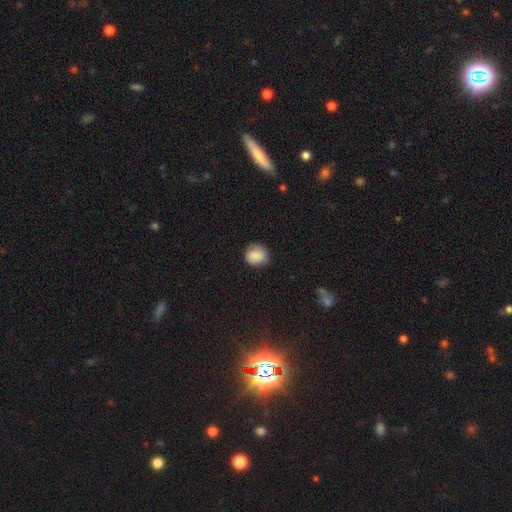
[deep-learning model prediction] This appears to be a smooth galaxy with no disk features (82%) that is round (78%). Merging: none (71%).